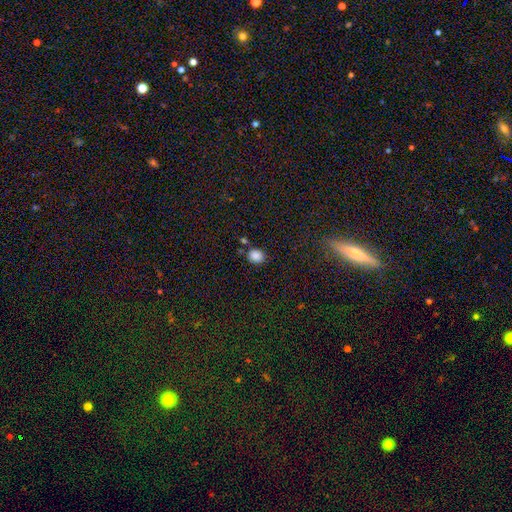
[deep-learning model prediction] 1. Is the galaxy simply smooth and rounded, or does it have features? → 86% smooth, 11% star or artifact, 4% featured or disk.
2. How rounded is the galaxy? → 64% round, 35% in between, 1% cigar-shaped.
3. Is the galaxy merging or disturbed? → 77% none, 12% minor disturbance, 8% merger, 3% major disturbance.